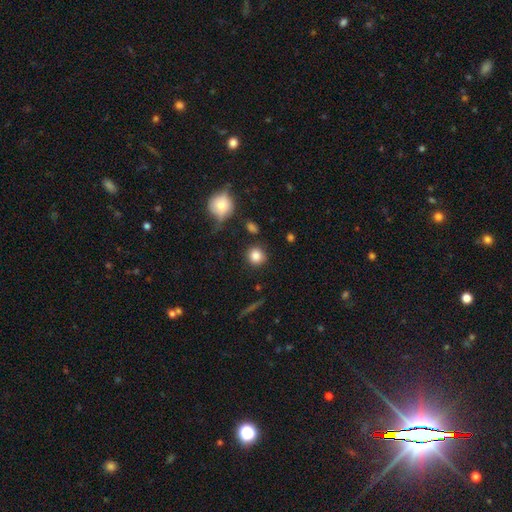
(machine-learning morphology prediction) Smooth or featured? Predicted: smooth (p=0.85). How rounded? Predicted: round (p=0.90). Merging? Predicted: none (p=0.85).